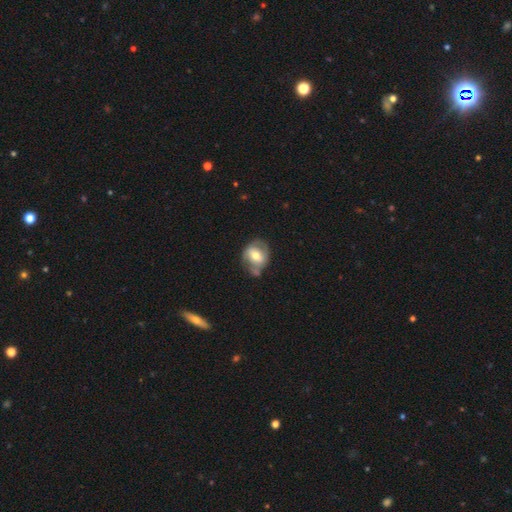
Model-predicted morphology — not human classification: A smooth galaxy with no disk features (50%). Merging: none (52%).